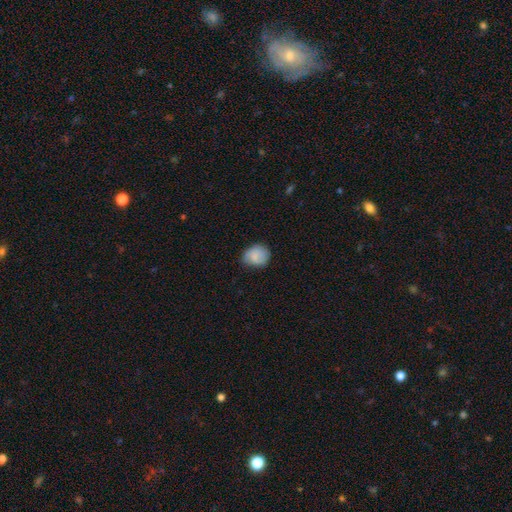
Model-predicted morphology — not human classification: A smooth galaxy with no disk features (80%) that is round (63%). Merging: none (62%).